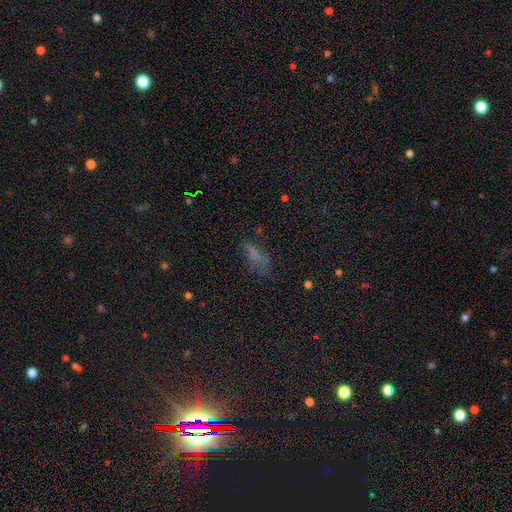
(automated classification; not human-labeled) A smooth galaxy with no disk features (58%) that is in between round and cigar-shaped (65%).

Vote fractions:
- Smooth or featured? smooth: 58% / star or artifact: 24% / featured or disk: 19%
- How rounded? in between: 65% / cigar-shaped: 31% / round: 5%
- Merging? none: 48% / minor disturbance: 26% / major disturbance: 22% / merger: 4%